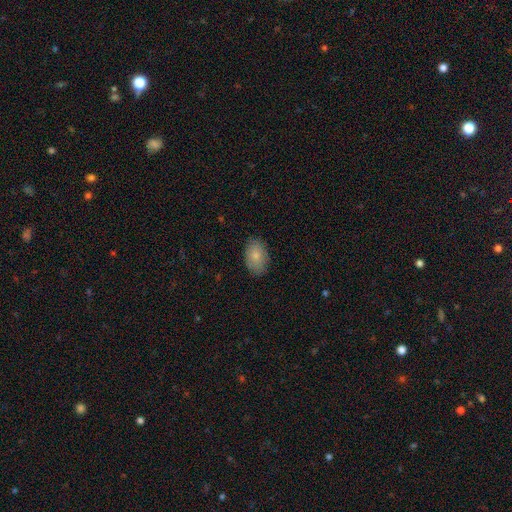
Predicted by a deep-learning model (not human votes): Overall: smooth (83%). How rounded: in between (90%). Merging: none (85%).